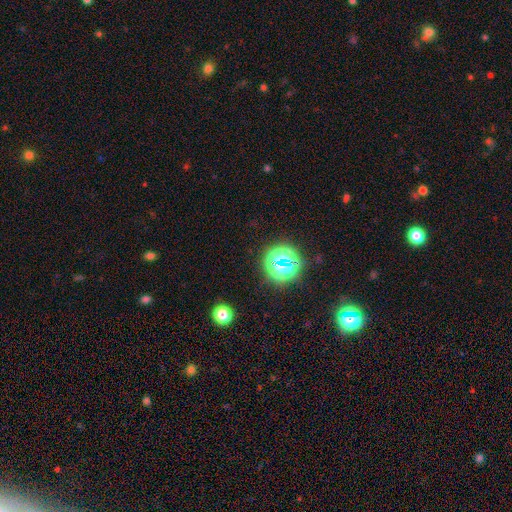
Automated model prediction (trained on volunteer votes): Smooth or featured: star or artifact — 78% (smooth — 16%)